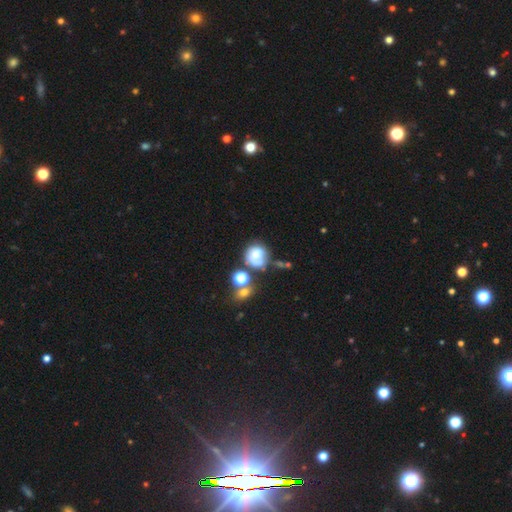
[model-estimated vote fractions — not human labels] A smooth galaxy with no disk features (66%) that is round (76%). Merging: none (38%).